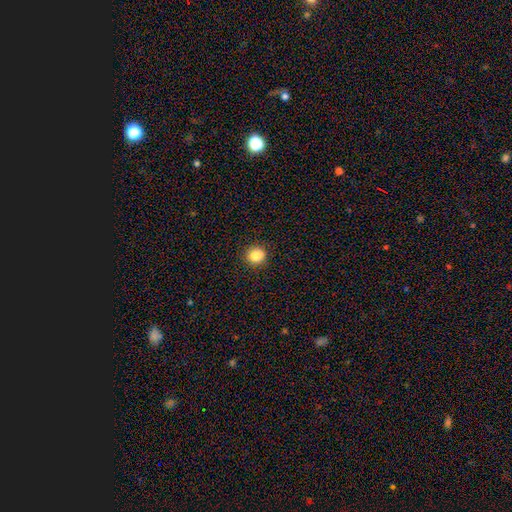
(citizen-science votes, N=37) This is clearly a smooth galaxy (86%). How rounded: clearly round (81%). Merging: clearly none (83%).